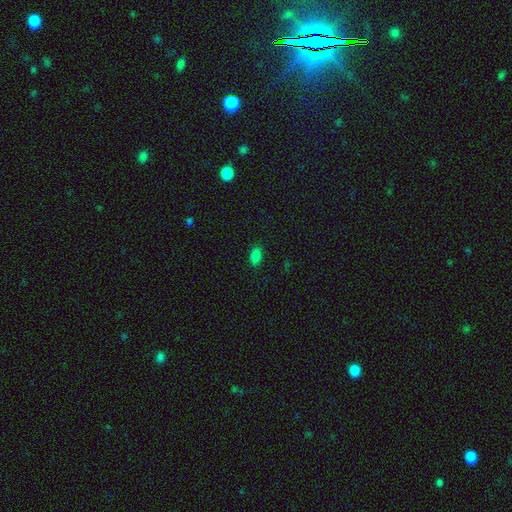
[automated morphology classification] smooth 84%, star or artifact 12%, featured or disk 4%. Down the decision tree: how rounded — in between (92%); merging — none (87%).